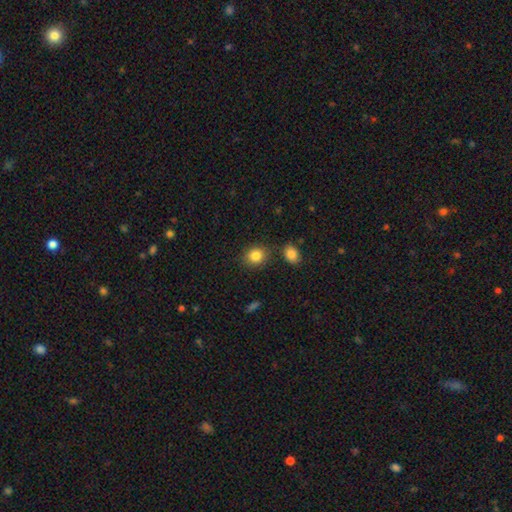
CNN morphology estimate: Smooth or featured?
  - smooth: 85% *
  - star or artifact: 9%
  - featured or disk: 6%
How rounded?
  - round: 67% *
  - in between: 32%
  - cigar-shaped: 1%
Merging?
  - none: 80% *
  - minor disturbance: 10%
  - merger: 7%
  - major disturbance: 3%